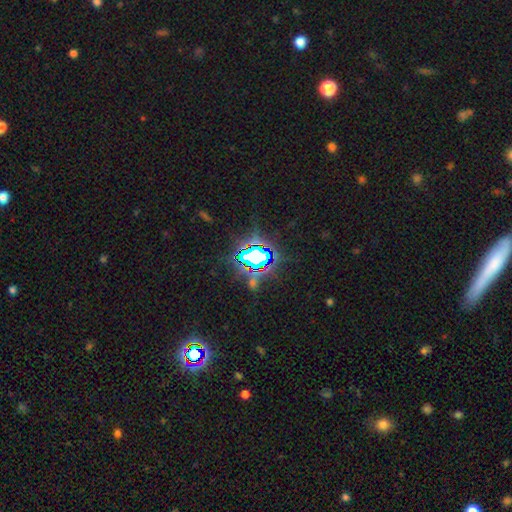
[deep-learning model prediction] smooth_or_featured: star or artifact (p=0.79) [alt: smooth p=0.12]